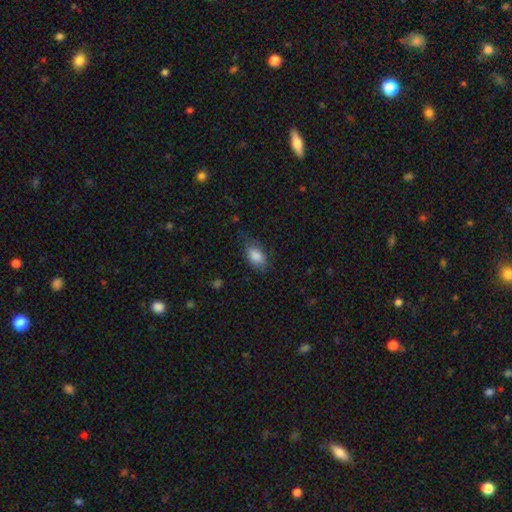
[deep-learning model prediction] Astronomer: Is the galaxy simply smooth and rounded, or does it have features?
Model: smooth — 86%.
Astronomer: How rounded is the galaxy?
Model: in between — 90%.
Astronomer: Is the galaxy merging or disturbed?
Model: none — 65%.